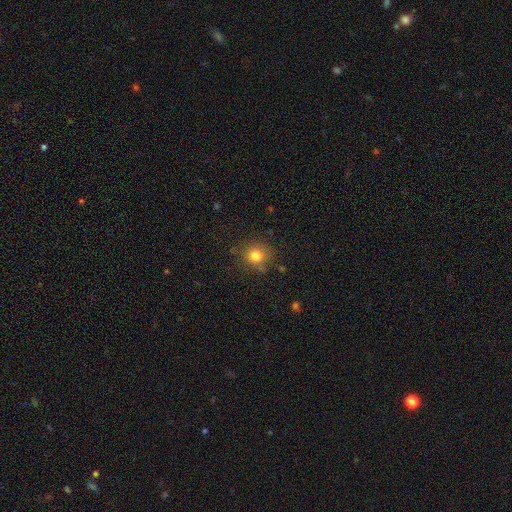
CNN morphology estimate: Smooth or featured? smooth (79%)
How rounded? round (88%)
Merging? none (82%)